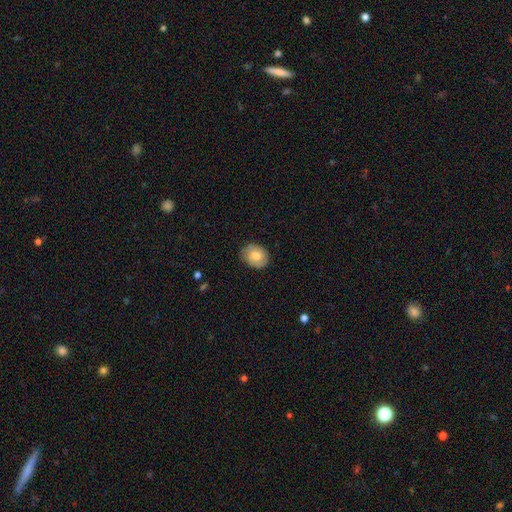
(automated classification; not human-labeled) smooth 72%, featured or disk 21%, star or artifact 7%. Down the decision tree: how rounded — in between (51%); merging — none (79%).